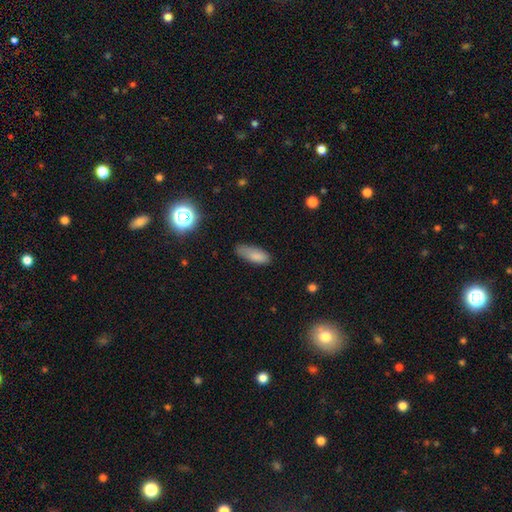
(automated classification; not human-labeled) Smooth or featured? smooth (84%)
How rounded? in between (74%)
Merging? none (60%)